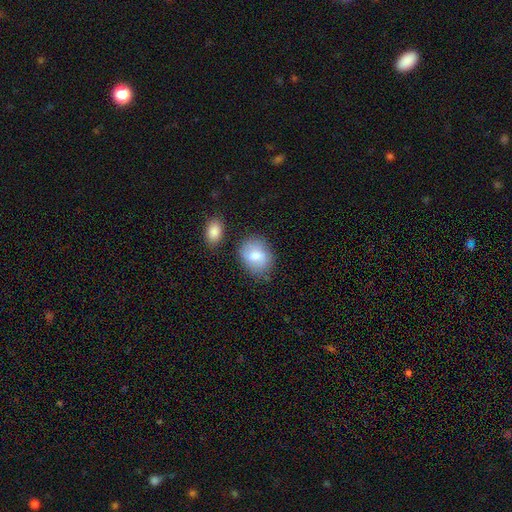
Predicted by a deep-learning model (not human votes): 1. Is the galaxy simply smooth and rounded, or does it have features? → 74% smooth, 18% featured or disk, 7% star or artifact.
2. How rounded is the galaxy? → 56% in between, 43% round, 1% cigar-shaped.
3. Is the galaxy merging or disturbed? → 71% none, 18% minor disturbance, 6% merger, 5% major disturbance.